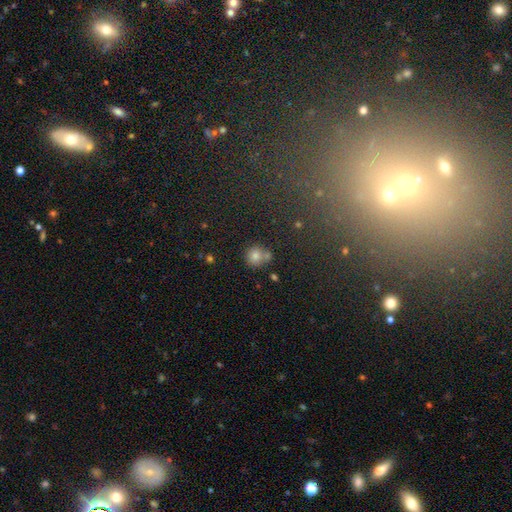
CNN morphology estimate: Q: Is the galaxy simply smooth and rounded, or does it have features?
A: smooth — 72%.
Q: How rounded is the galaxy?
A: round — 88%.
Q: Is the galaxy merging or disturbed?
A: none — 64%.